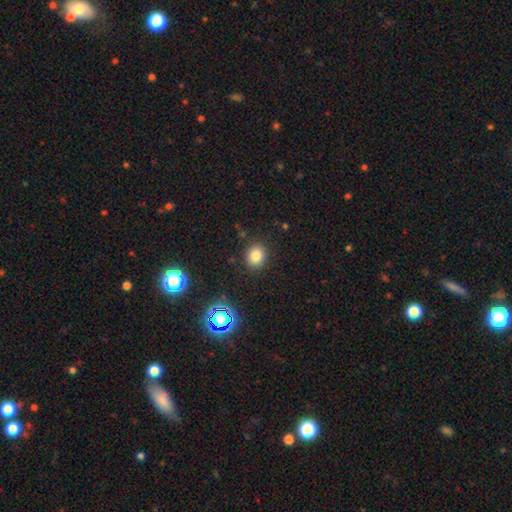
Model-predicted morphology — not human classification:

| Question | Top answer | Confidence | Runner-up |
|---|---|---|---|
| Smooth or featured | smooth | 81% | star or artifact (14%) |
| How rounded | round | 72% | in between (27%) |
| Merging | none | 87% | minor disturbance (8%) |